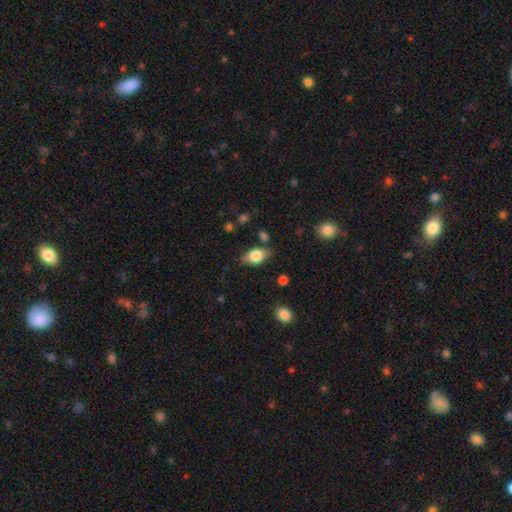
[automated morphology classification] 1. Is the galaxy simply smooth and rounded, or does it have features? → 77% smooth, 16% featured or disk, 8% star or artifact.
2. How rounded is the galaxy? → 85% in between, 11% round, 3% cigar-shaped.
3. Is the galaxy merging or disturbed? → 78% none, 16% minor disturbance, 4% major disturbance, 2% merger.